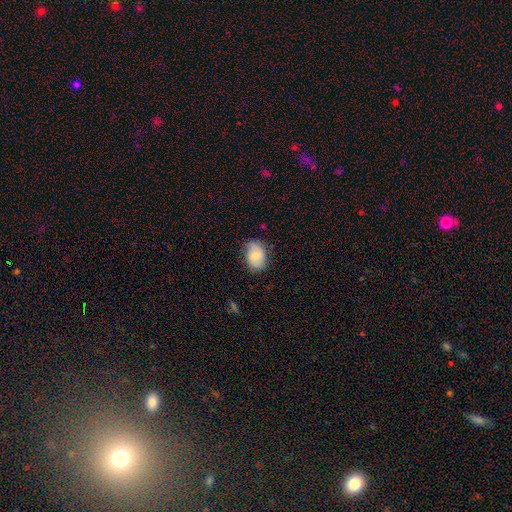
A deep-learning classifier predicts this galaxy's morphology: Smooth or featured? smooth (74%)
How rounded? in between (76%)
Merging? none (70%)